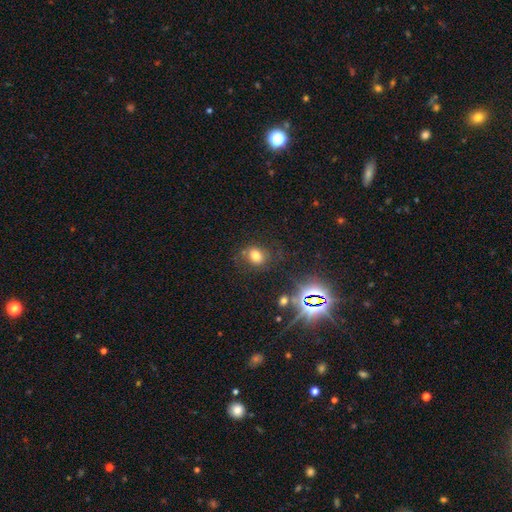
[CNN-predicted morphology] Smooth or featured? smooth (68%)
How rounded? round (57%)
Merging? none (72%)